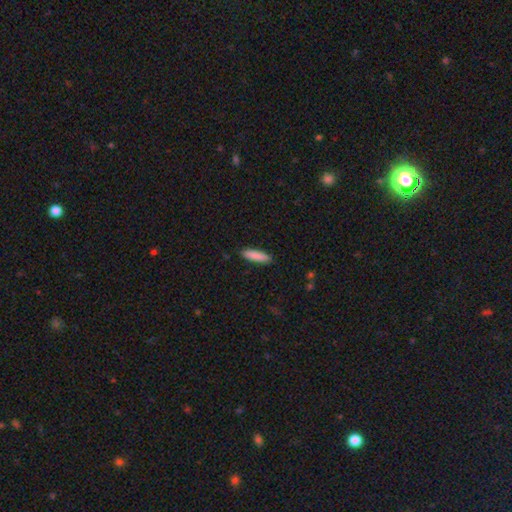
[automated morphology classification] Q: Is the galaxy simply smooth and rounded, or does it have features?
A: smooth — 88%.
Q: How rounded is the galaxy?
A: cigar-shaped — 70%.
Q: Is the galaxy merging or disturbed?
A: none — 88%.